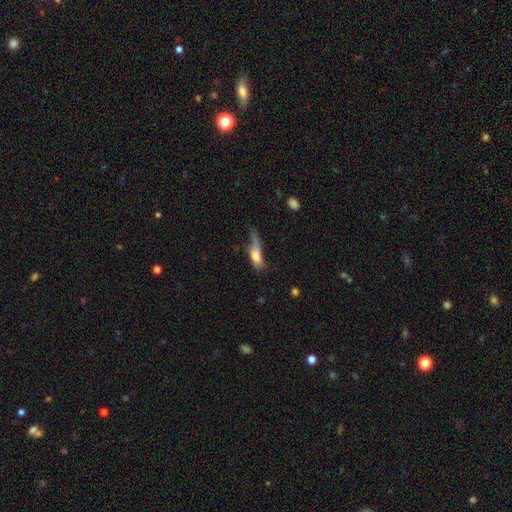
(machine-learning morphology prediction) Overall: smooth (63%; featured or disk 29%). How rounded: in between (56%; cigar-shaped 39%). Merging: major disturbance (46%; minor disturbance 27%).